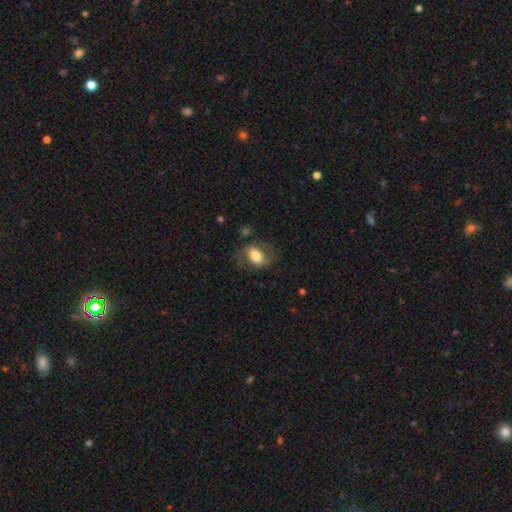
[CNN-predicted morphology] This is likely a smooth galaxy (62%). How rounded: likely in between (78%). Merging: likely none (62%).